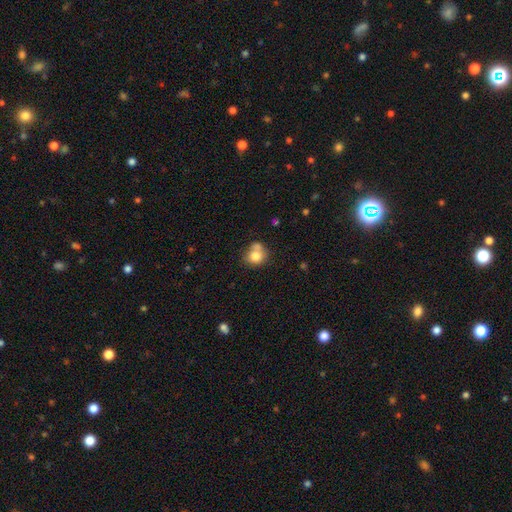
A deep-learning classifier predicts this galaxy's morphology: Smooth or featured? smooth (78%)
How rounded? round (74%)
Merging? none (45%)